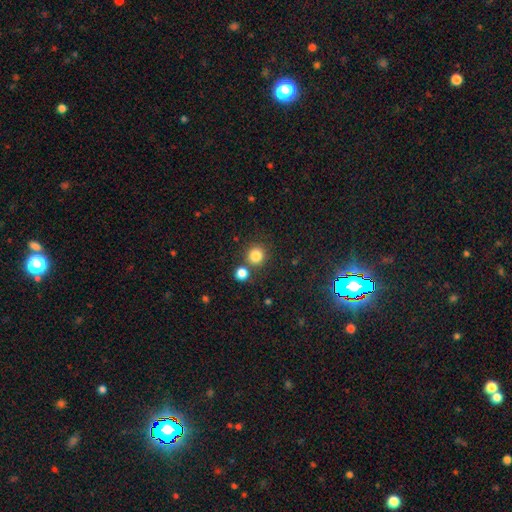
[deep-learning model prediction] This appears to be a smooth galaxy with no disk features (83%) that is round (91%). Merging: none (76%).